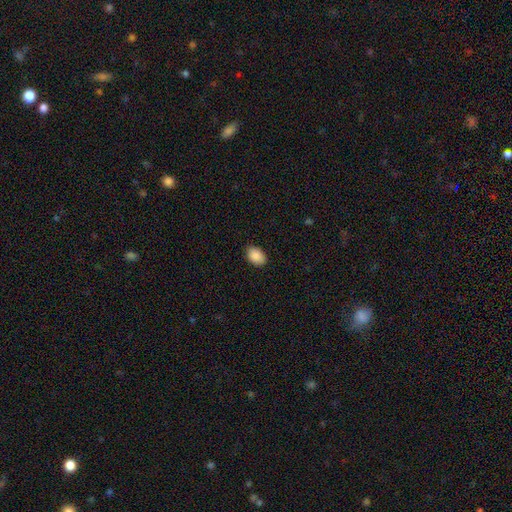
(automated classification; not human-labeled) Q: Smooth or featured?
A: smooth (90%); runner-up: star or artifact (7%)
Q: How rounded?
A: in between (84%); runner-up: round (15%)
Q: Merging?
A: none (87%); runner-up: minor disturbance (10%)